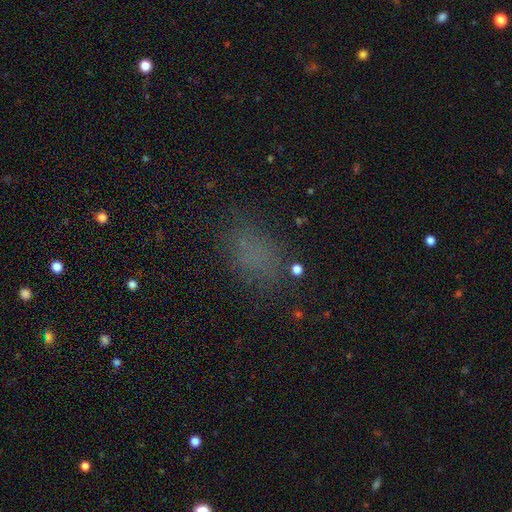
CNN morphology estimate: Q: Smooth or featured?
A: smooth (68%); runner-up: star or artifact (24%)
Q: How rounded?
A: in between (80%); runner-up: round (17%)
Q: Merging?
A: none (75%); runner-up: minor disturbance (15%)